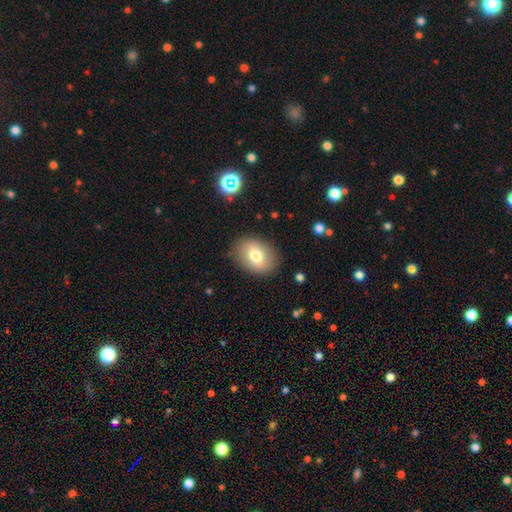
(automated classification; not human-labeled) This appears to be a smooth galaxy with no disk features (73%) that is in between round and cigar-shaped (71%). Merging: none (85%).